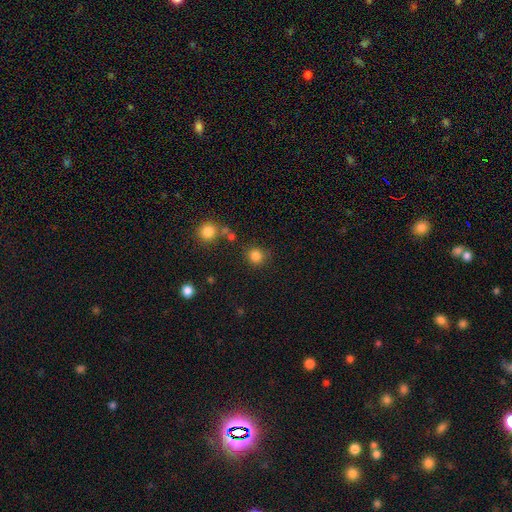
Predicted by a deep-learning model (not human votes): Smooth or featured? Predicted: smooth (p=0.83). How rounded? Predicted: round (p=0.91). Merging? Predicted: none (p=0.82).